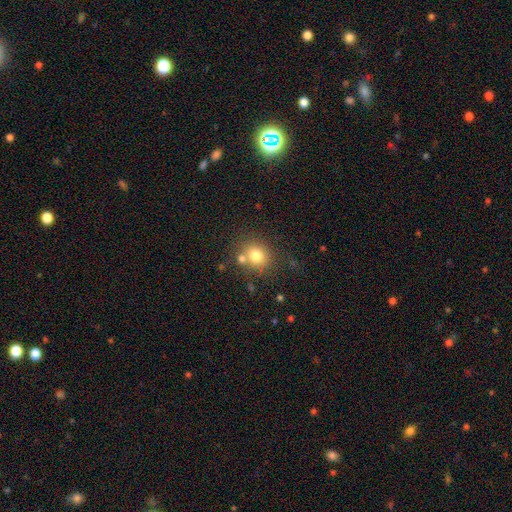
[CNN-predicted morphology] smooth 76%, star or artifact 13%, featured or disk 11%. Down the decision tree: how rounded — round (79%); merging — none (66%).